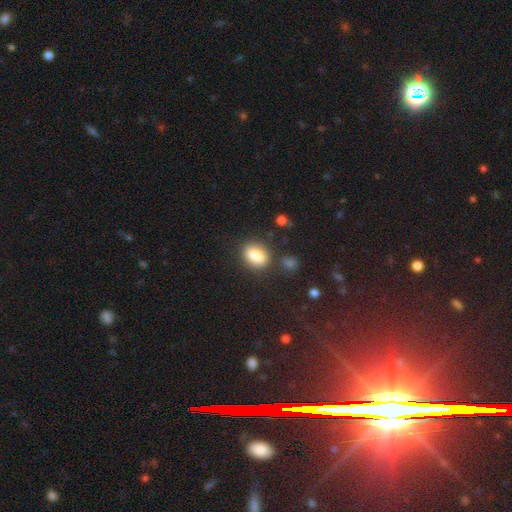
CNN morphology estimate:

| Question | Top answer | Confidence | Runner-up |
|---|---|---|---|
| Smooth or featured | smooth | 85% | star or artifact (8%) |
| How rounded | in between | 78% | round (19%) |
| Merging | none | 73% | minor disturbance (15%) |